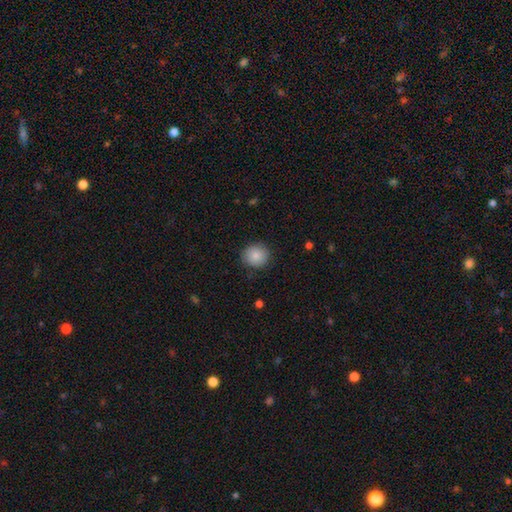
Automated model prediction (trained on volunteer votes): This is clearly a smooth galaxy (85%). How rounded: clearly round (87%). Merging: clearly none (87%).